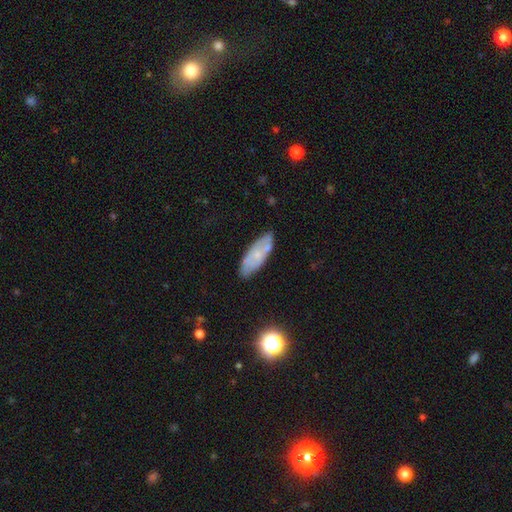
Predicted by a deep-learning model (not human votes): The model was most divided on "smooth or featured": smooth: 51%, featured or disk: 41%, star or artifact: 7%. More confident: merging — none (71%); how rounded — in between (70%).